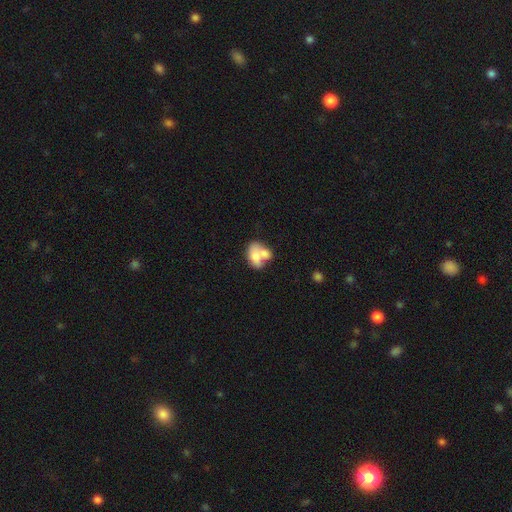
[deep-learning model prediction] Overall: smooth (68%). How rounded: in between (83%). Merging: merger (62%).